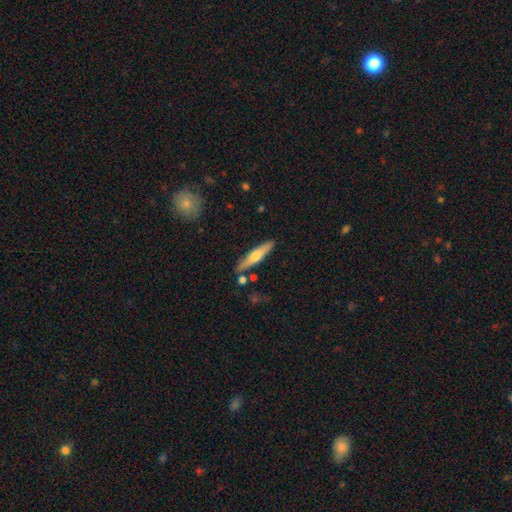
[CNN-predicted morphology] A featured or disk galaxy (47%, tied with smooth).

Vote fractions:
- Smooth or featured? featured or disk: 47% (tied) / smooth: 47% (tied) / star or artifact: 6%
- Merging? none: 83% / minor disturbance: 10% / merger: 5% / major disturbance: 2%